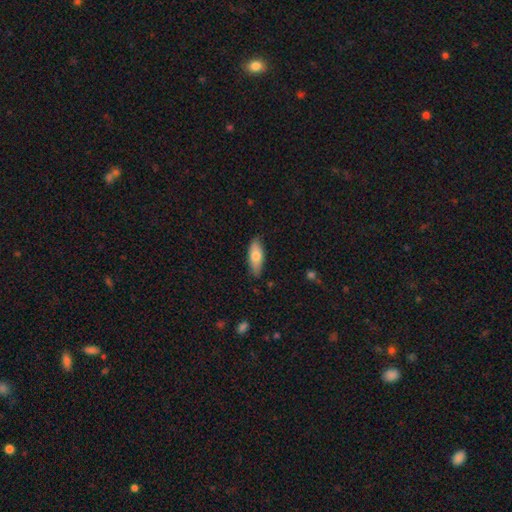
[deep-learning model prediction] Morphology: type=smooth (73%); roundness=in between (71%); merging=none (82%).